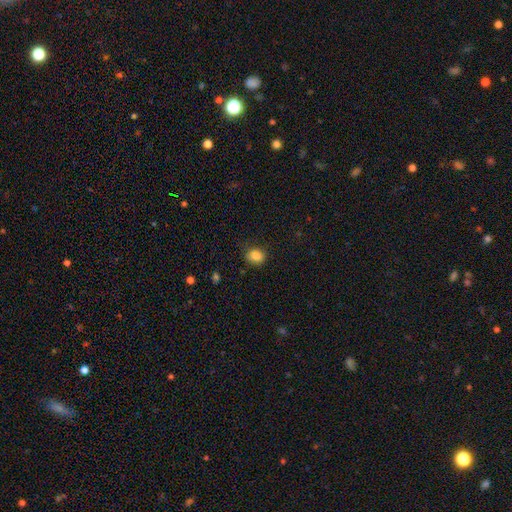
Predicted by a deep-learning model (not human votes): This appears to be a smooth galaxy with no disk features (86%) that is round (53%). Merging: none (77%).